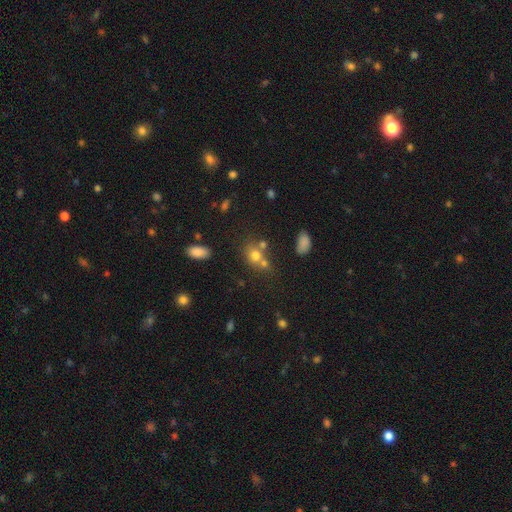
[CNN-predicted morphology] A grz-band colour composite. It shows a smooth galaxy with no disk features (66%) that is round (63%). Merging: none (46%).